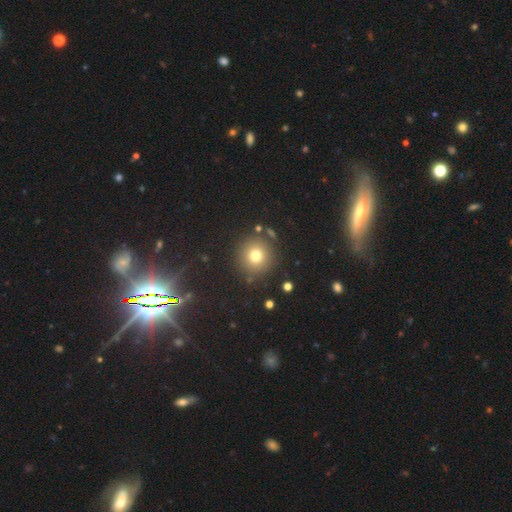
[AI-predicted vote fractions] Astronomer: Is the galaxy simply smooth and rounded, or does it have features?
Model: smooth — 74%.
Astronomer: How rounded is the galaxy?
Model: round — 93%.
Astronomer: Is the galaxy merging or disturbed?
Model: none — 87%.